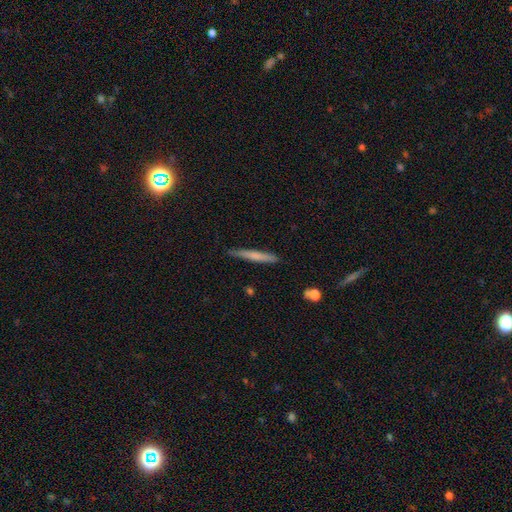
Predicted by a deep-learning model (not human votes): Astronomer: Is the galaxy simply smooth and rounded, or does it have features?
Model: smooth — 62%.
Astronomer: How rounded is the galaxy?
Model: cigar-shaped — 96%.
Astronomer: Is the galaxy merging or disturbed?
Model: none — 85%.